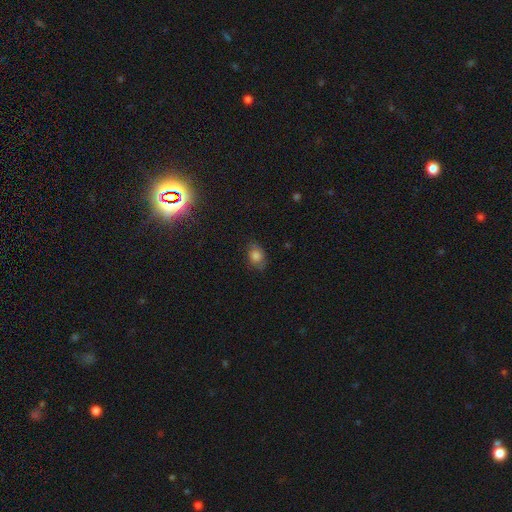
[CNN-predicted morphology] A smooth galaxy with no disk features (72%) that is in between round and cigar-shaped (73%). Merging: none (73%).